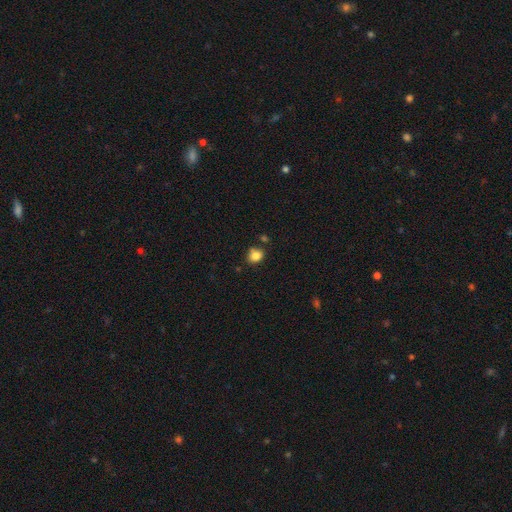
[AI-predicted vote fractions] Morphology: type=smooth (83%); roundness=round (64%); merging=none (72%).